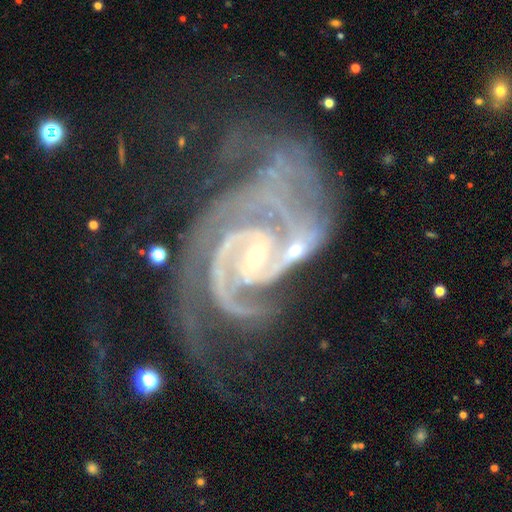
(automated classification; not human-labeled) smooth_or_featured: featured or disk (p=0.93) [alt: star or artifact p=0.05]
disk_edge_on: no (p=0.98) [alt: yes p=0.02]
bar: no (p=0.49) [alt: weak p=0.32]
has_spiral_arms: yes (p=0.98) [alt: no p=0.02]
spiral_winding: tight (p=0.56) [alt: medium p=0.36]
spiral_arm_count: 2 (p=0.62) [alt: 3 p=0.13]
bulge_size: small (p=0.78) [alt: moderate p=0.17]
merging: major disturbance (p=0.32) [alt: none p=0.28]